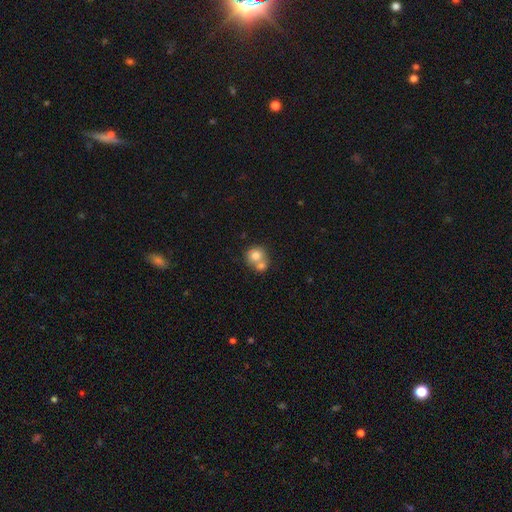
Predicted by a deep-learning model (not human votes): A smooth galaxy with no disk features (75%) that is round (79%).

Vote fractions:
- Smooth or featured? smooth: 75% / featured or disk: 16% / star or artifact: 9%
- How rounded? round: 79% / in between: 20% / cigar-shaped: 1%
- Merging? merger: 58% / none: 32% / minor disturbance: 7% / major disturbance: 3%